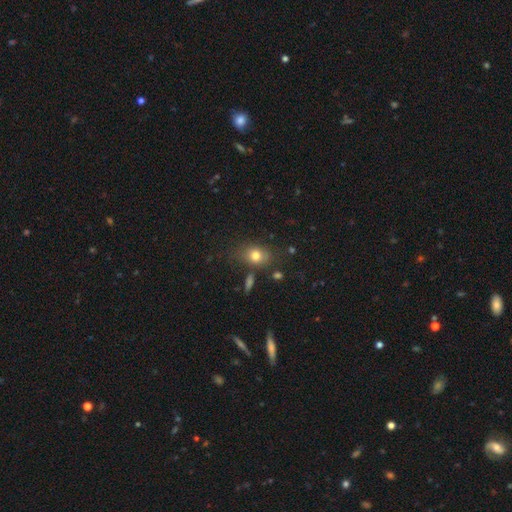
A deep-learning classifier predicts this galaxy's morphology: Smooth or featured? Predicted: smooth (p=0.78). How rounded? Predicted: in between (p=0.57). Merging? Predicted: none (p=0.71).